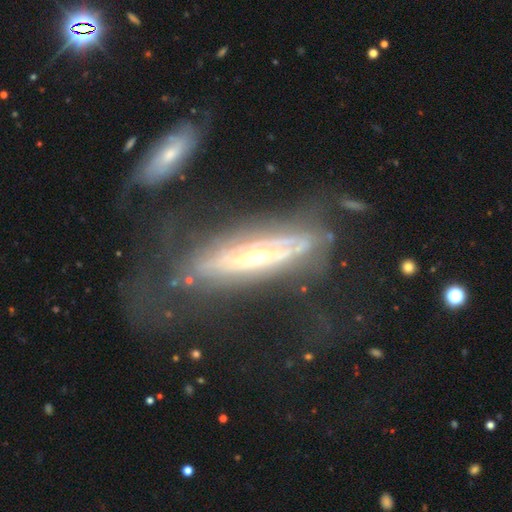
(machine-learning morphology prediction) smooth_or_featured: featured or disk (p=0.77) [alt: smooth p=0.16]
disk_edge_on: no (p=0.56) [alt: yes p=0.44]
merging: none (p=0.42) [alt: major disturbance p=0.30]